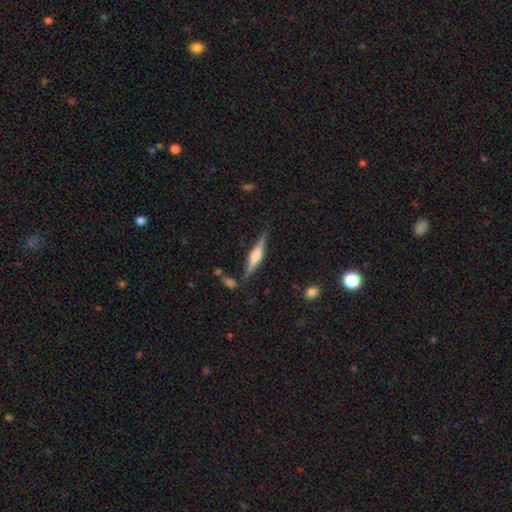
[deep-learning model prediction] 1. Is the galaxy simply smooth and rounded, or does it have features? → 65% featured or disk, 29% smooth, 6% star or artifact.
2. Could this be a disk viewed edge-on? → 97% yes, 3% no.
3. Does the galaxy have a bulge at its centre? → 78% rounded, 17% boxy, 5% none.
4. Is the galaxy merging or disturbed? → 81% none, 12% minor disturbance, 4% merger, 3% major disturbance.